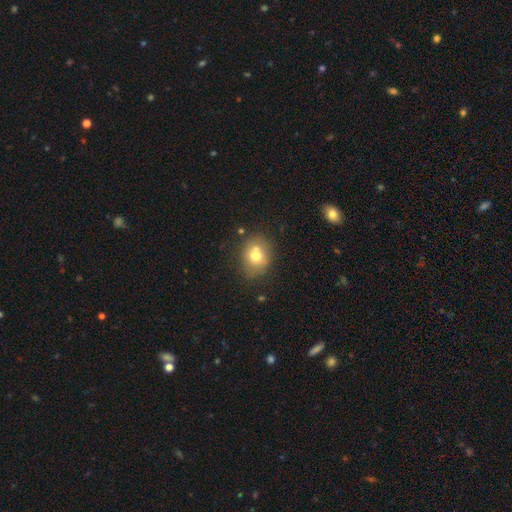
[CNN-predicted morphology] This appears to be a smooth galaxy with no disk features (69%) that is round (63%). Merging: none (60%).